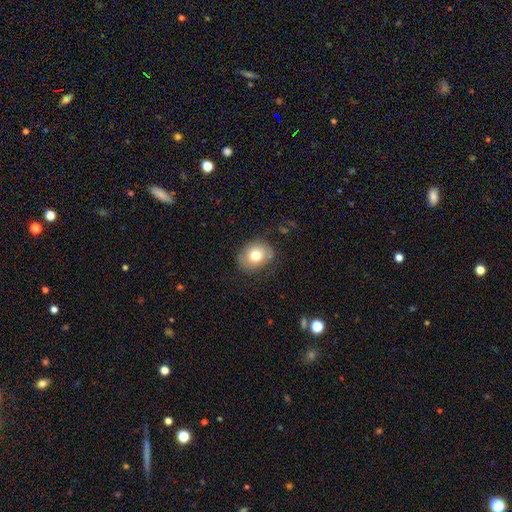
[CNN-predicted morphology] Q: Smooth or featured?
A: smooth (75%); runner-up: featured or disk (15%)
Q: How rounded?
A: round (53%); runner-up: in between (46%)
Q: Merging?
A: none (77%); runner-up: minor disturbance (16%)